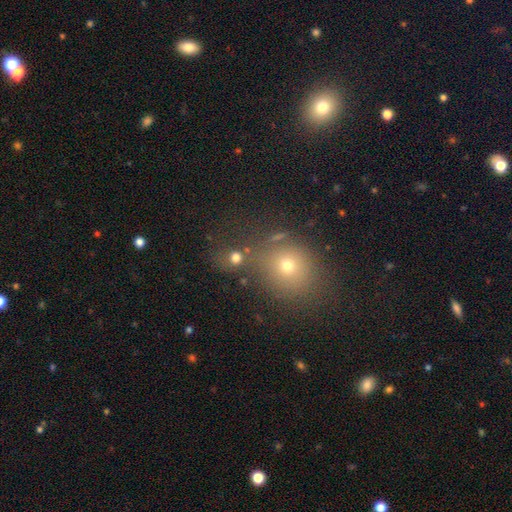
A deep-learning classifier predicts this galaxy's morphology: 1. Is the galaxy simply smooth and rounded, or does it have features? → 55% smooth, 34% star or artifact, 11% featured or disk.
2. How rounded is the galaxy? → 69% round, 29% in between, 1% cigar-shaped.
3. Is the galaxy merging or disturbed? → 72% none, 12% merger, 11% minor disturbance, 5% major disturbance.